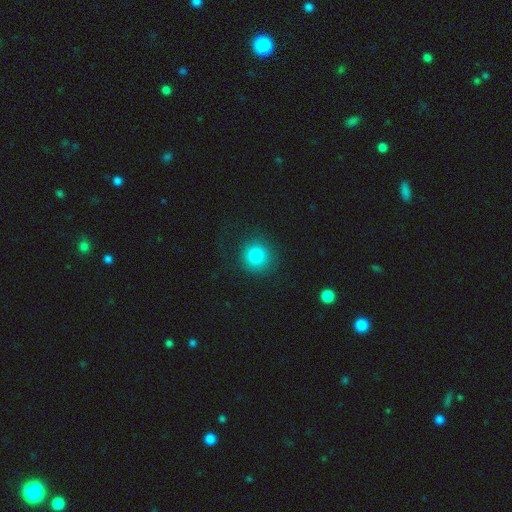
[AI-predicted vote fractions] The model was most divided on "merging": none: 82%, minor disturbance: 11%, major disturbance: 6%, merger: 1%. More confident: how rounded — round (92%); smooth or featured — smooth (83%).